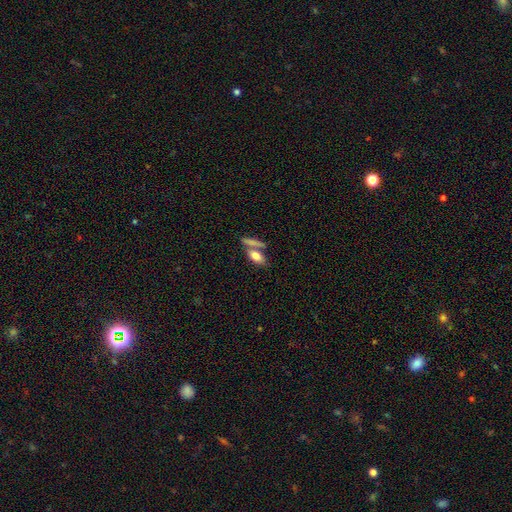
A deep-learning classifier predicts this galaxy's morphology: This appears to be a smooth galaxy with no disk features (76%) that is in between round and cigar-shaped (74%). Merging: none (50%).